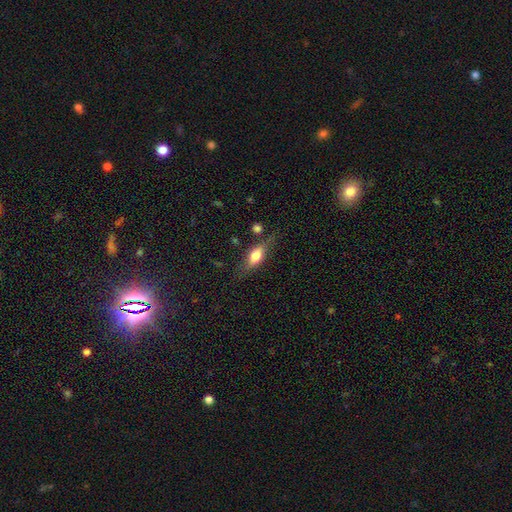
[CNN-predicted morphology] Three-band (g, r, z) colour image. It shows a smooth galaxy with no disk features (60%) that is in between round and cigar-shaped (69%). Merging: none (67%).